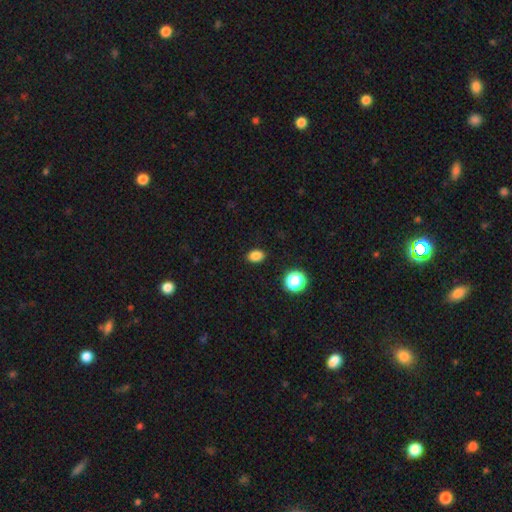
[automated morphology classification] Overall: smooth (84%). How rounded: in between (70%). Merging: none (89%).